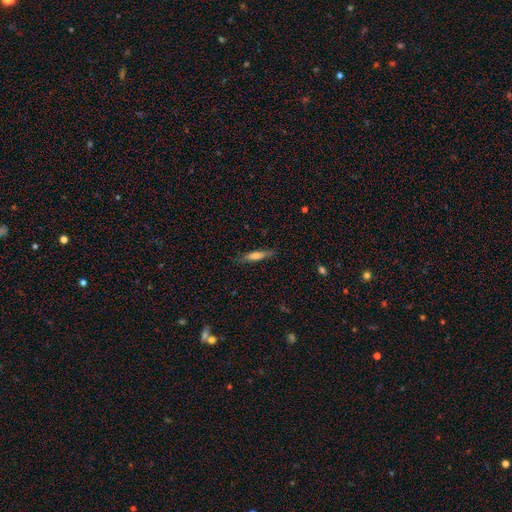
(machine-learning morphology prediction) This is possibly a smooth galaxy (54%). How rounded: clearly cigar-shaped (82%). Merging: clearly none (81%).